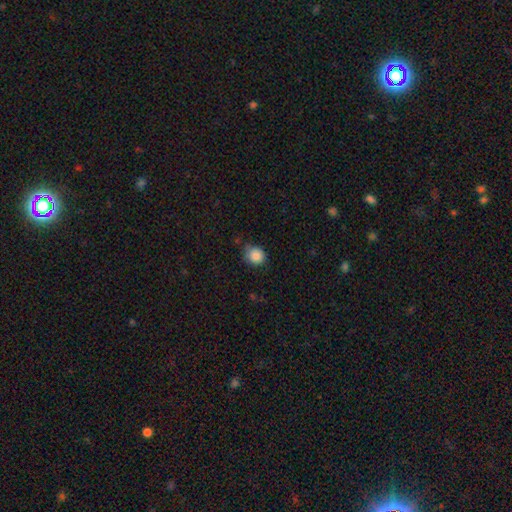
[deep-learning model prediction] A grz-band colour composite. It shows a smooth galaxy with no disk features (87%) that is round (78%). Merging: none (66%).